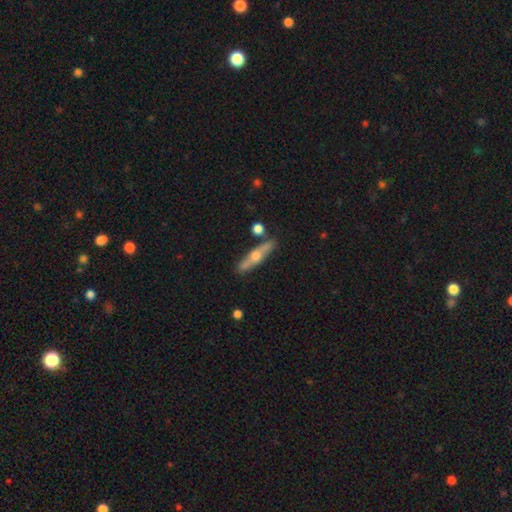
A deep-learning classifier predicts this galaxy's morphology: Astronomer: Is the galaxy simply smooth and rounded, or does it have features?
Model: featured or disk — 60%.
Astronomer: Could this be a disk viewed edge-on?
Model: yes — 87%.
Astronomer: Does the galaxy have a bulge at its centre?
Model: rounded — 92%.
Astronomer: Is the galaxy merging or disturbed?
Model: none — 83%.